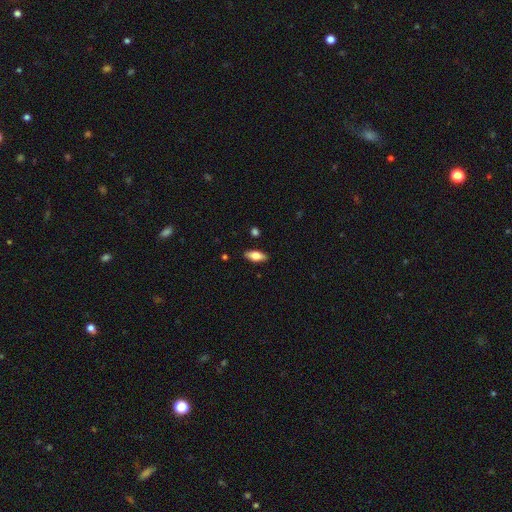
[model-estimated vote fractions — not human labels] Smooth or featured? Predicted: smooth (p=0.75). How rounded? Predicted: in between (p=0.83). Merging? Predicted: none (p=0.88).